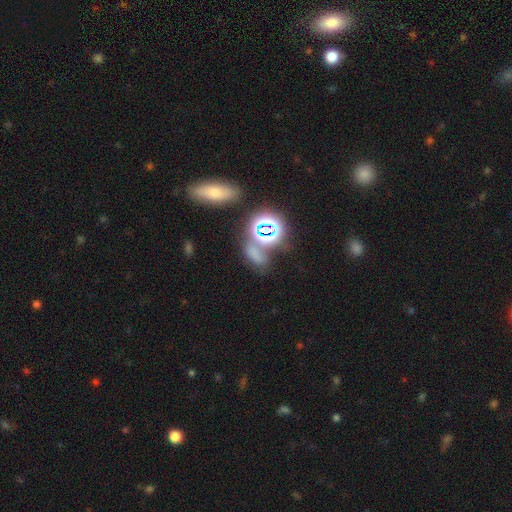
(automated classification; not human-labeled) Morphology: type=star or artifact (46%).